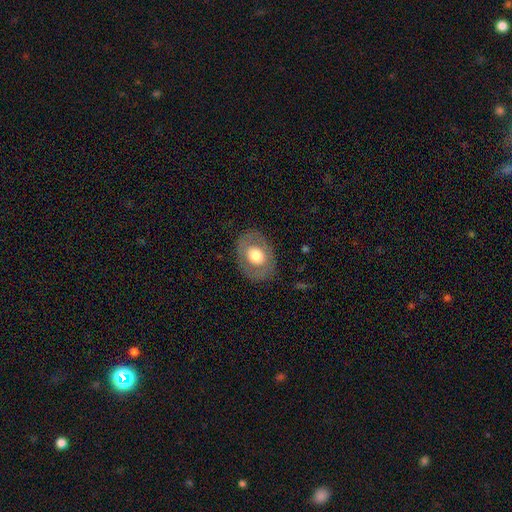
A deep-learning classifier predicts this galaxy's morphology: smooth-or-featured: smooth: 59% | featured or disk: 34% | star or artifact: 7%
  how-rounded: in between: 67% | round: 32% | cigar-shaped: 1%
  merging: none: 80% | minor disturbance: 13% | major disturbance: 6% | merger: 1%